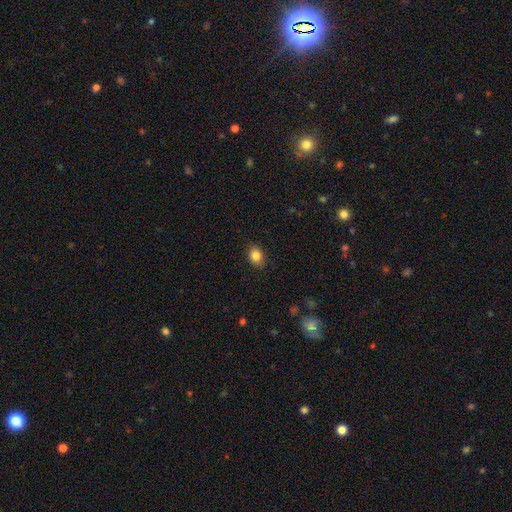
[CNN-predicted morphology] Smooth or featured? Predicted: smooth (p=0.86). How rounded? Predicted: in between (p=0.69). Merging? Predicted: none (p=0.86).